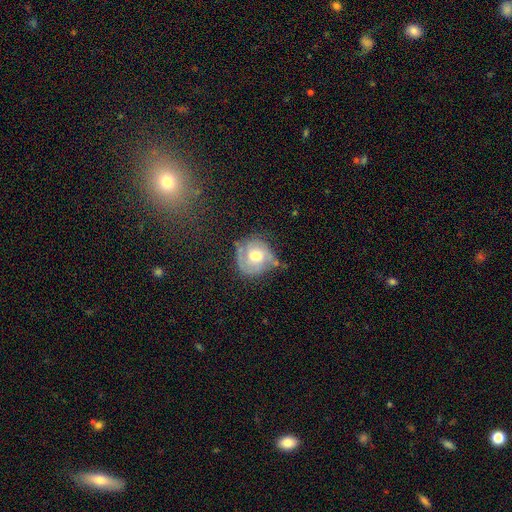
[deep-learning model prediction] Smooth or featured? Predicted: featured or disk (p=0.56). Edge-on disk? Predicted: no (p=0.96). Bar? Predicted: no (p=0.74). Spiral arms? Predicted: yes (p=0.73). Bulge size? Predicted: moderate (p=0.74). Merging? Predicted: none (p=0.54).